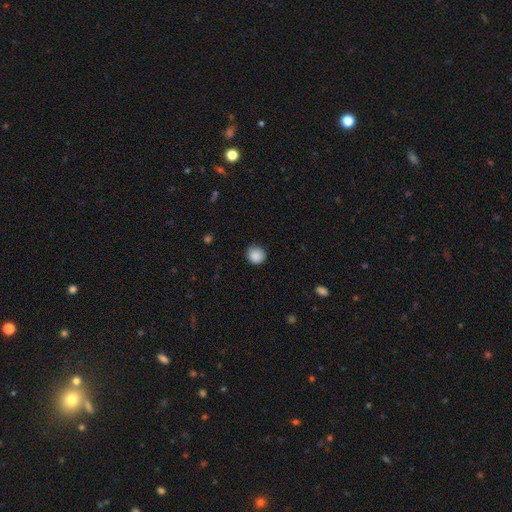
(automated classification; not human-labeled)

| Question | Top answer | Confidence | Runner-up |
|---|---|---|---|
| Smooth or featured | smooth | 88% | star or artifact (8%) |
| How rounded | round | 88% | in between (11%) |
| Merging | none | 86% | minor disturbance (10%) |